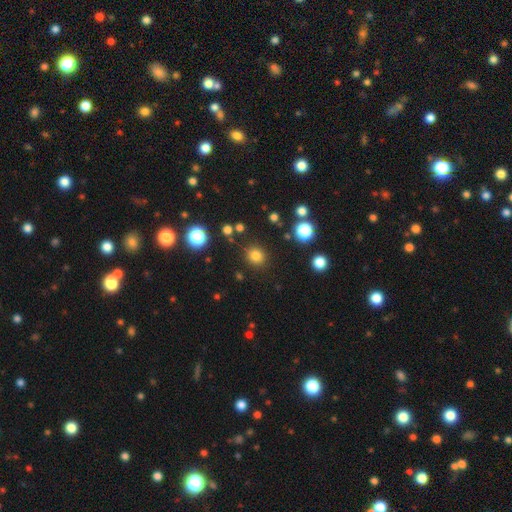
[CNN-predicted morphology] A smooth galaxy with no disk features (80%) that is round (85%).

Vote fractions:
- Smooth or featured? smooth: 80% / star or artifact: 15% / featured or disk: 5%
- How rounded? round: 85% / in between: 14% / cigar-shaped: 1%
- Merging? none: 87% / minor disturbance: 8% / major disturbance: 3% / merger: 2%